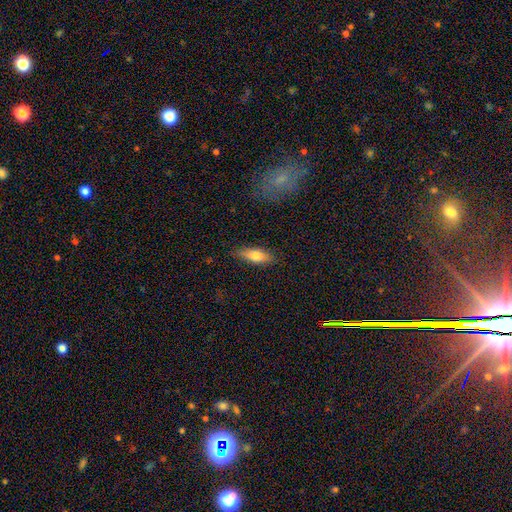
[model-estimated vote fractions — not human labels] smooth-or-featured: smooth: 67% | featured or disk: 26% | star or artifact: 7%
  how-rounded: in between: 53% | cigar-shaped: 44% | round: 3%
  merging: none: 86% | minor disturbance: 10% | major disturbance: 3% | merger: 1%